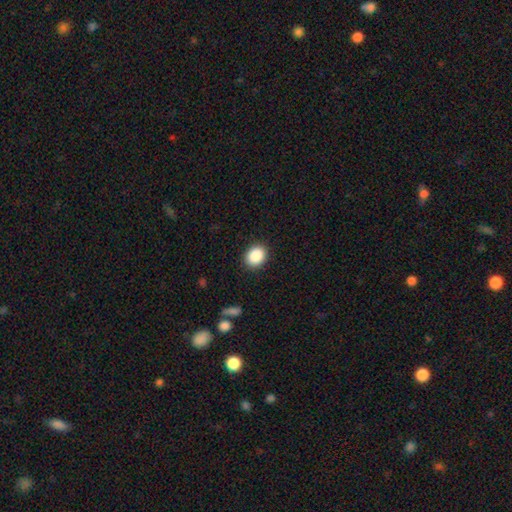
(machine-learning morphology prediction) Q: Smooth or featured?
A: smooth (88%); runner-up: star or artifact (8%)
Q: How rounded?
A: round (53%); runner-up: in between (46%)
Q: Merging?
A: none (89%); runner-up: minor disturbance (7%)